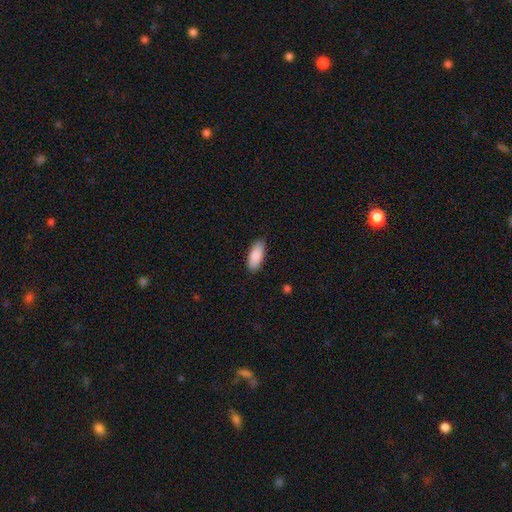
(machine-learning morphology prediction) This appears to be a smooth galaxy with no disk features (88%) that is in between round and cigar-shaped (83%). Merging: none (88%).